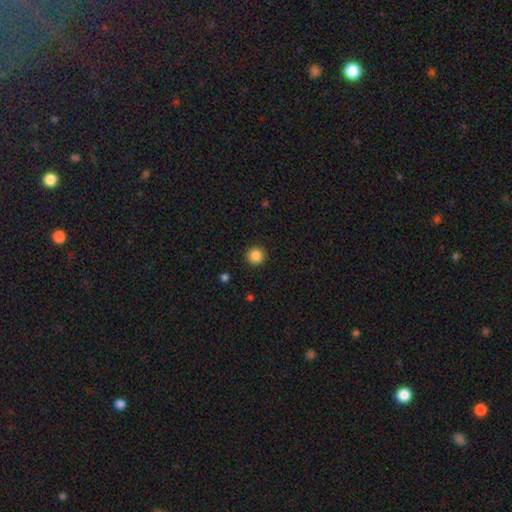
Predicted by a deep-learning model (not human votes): smooth_or_featured: smooth (p=0.86) [alt: star or artifact p=0.10]
how_rounded: round (p=0.95) [alt: in between p=0.04]
merging: none (p=0.92) [alt: minor disturbance p=0.05]